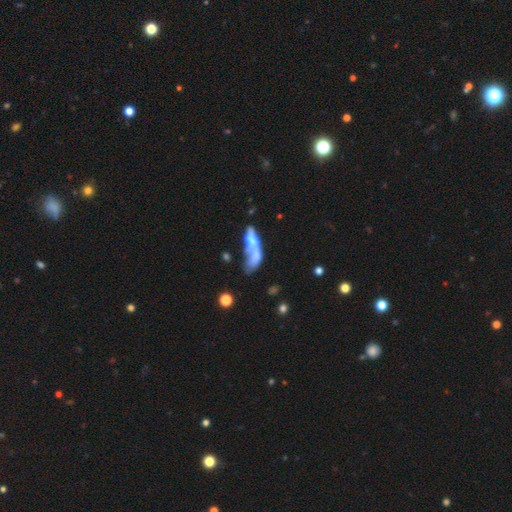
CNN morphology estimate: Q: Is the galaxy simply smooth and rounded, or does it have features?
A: smooth — 45%, tied with featured or disk.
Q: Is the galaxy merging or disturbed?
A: merger — 55%.